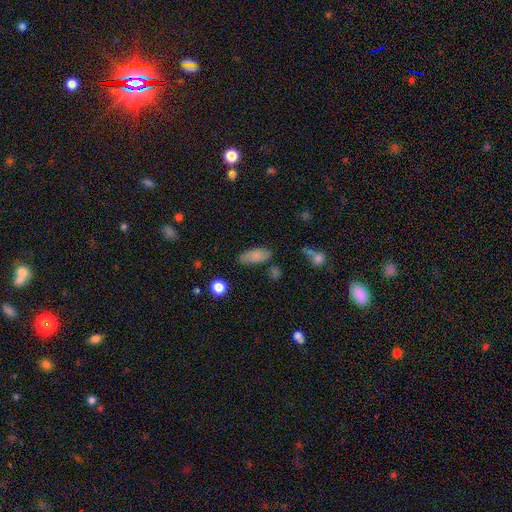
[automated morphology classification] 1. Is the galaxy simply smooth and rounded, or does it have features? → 80% smooth, 11% featured or disk, 9% star or artifact.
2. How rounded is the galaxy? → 81% in between, 16% cigar-shaped, 3% round.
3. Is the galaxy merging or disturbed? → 71% none, 19% minor disturbance, 5% major disturbance, 4% merger.